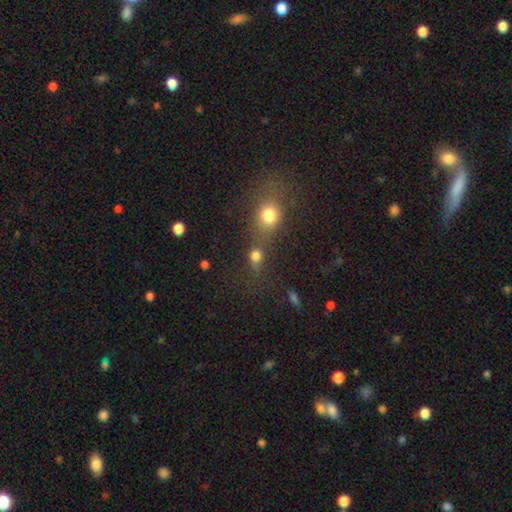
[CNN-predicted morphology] smooth_or_featured: smooth (p=0.73) [alt: star or artifact p=0.18]
how_rounded: round (p=0.71) [alt: in between p=0.26]
merging: merger (p=0.43) [alt: none p=0.42]